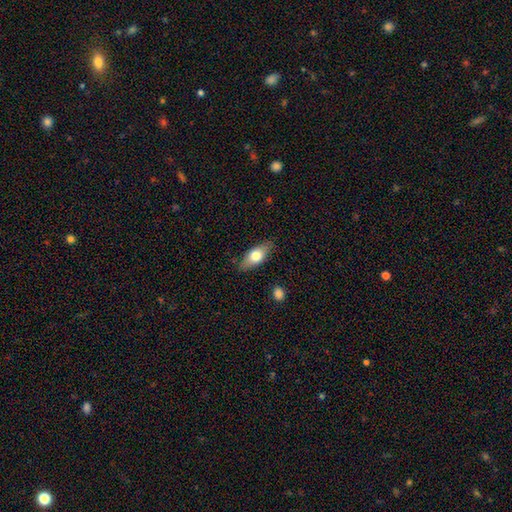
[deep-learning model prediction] smooth-or-featured: smooth: 69% | featured or disk: 25% | star or artifact: 7%
  how-rounded: in between: 80% | cigar-shaped: 15% | round: 4%
  merging: none: 82% | minor disturbance: 13% | major disturbance: 3% | merger: 2%